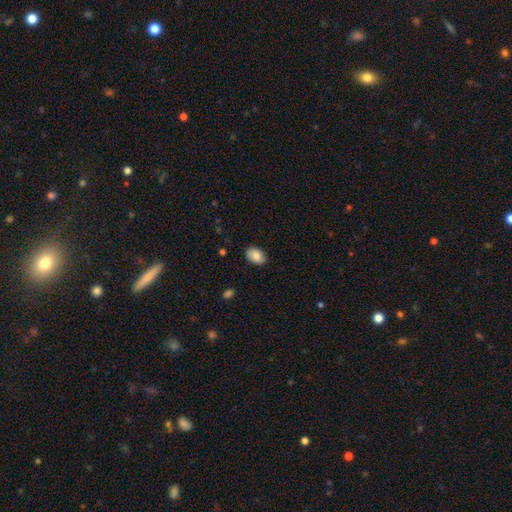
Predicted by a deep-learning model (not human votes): smooth 85%, featured or disk 8%, star or artifact 7%. Down the decision tree: how rounded — in between (87%); merging — none (85%).